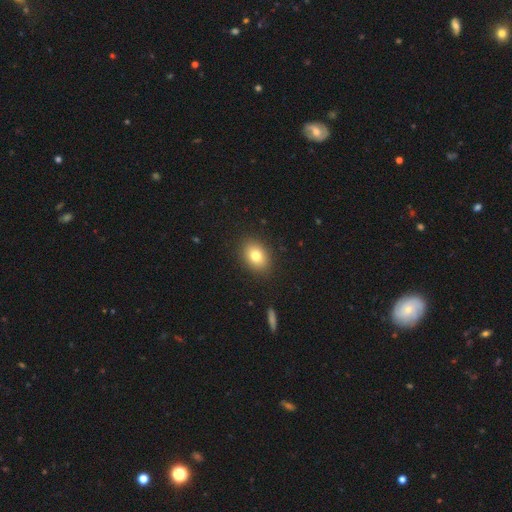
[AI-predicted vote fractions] Smooth or featured: smooth — 80% (featured or disk — 10%)
How rounded: in between — 67% (round — 31%)
Merging: none — 89% (minor disturbance — 8%)